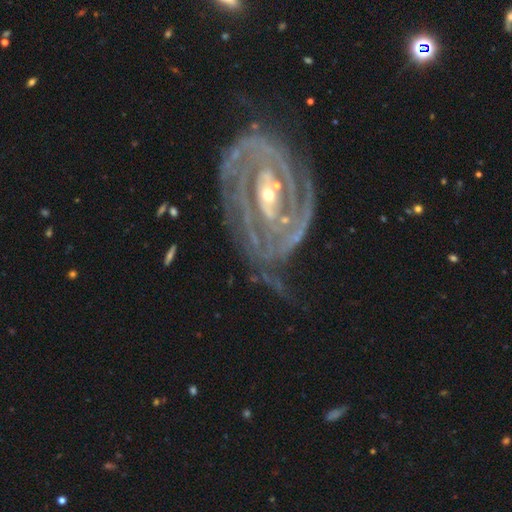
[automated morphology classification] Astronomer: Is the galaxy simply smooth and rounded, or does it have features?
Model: featured or disk — 89%.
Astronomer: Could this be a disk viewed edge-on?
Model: no — 96%.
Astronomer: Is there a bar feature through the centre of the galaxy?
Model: strong — 41% (runner-up: weak, 40%).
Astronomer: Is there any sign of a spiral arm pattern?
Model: yes — 97%.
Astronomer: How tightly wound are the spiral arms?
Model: tight — 68%.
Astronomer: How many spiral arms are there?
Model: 2 — 45%.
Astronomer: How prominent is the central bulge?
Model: small — 59% (runner-up: moderate, 37%).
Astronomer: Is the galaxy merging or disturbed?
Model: none — 62%.